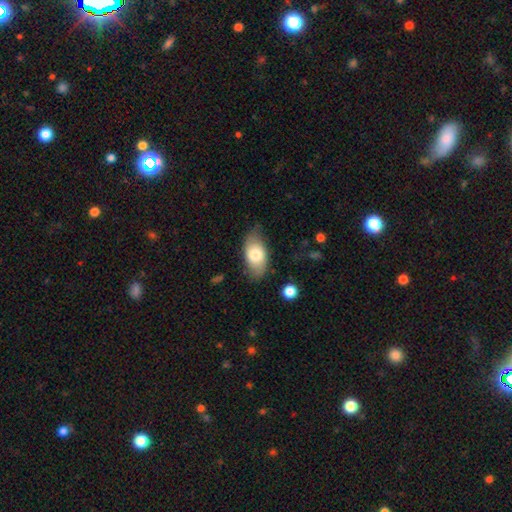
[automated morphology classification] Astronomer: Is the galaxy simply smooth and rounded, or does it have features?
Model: smooth — 73%.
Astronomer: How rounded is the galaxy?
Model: in between — 92%.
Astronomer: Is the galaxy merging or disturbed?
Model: none — 65%.